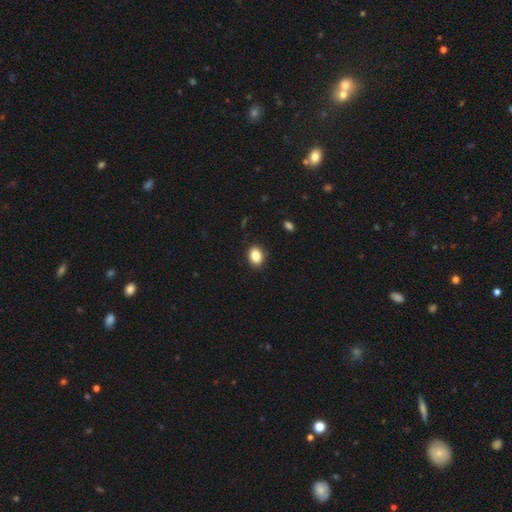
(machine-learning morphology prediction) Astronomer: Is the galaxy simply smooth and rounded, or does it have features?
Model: smooth — 87%.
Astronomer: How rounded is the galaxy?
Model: in between — 66%.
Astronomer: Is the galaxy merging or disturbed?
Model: none — 89%.